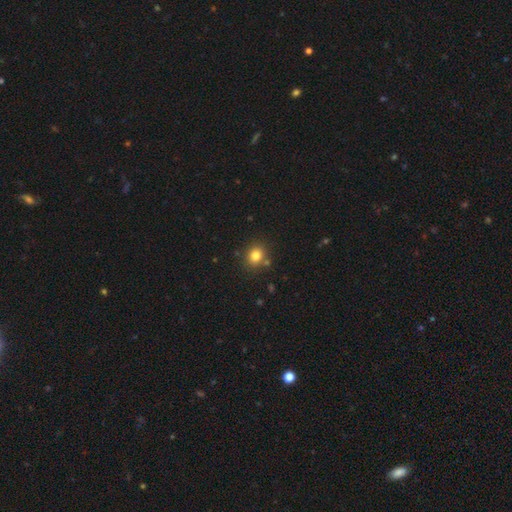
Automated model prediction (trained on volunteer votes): A smooth galaxy with no disk features (81%) that is round (69%).

Vote fractions:
- Smooth or featured? smooth: 81% / star or artifact: 12% / featured or disk: 6%
- How rounded? round: 69% / in between: 30% / cigar-shaped: 1%
- Merging? none: 81% / minor disturbance: 10% / merger: 6% / major disturbance: 3%